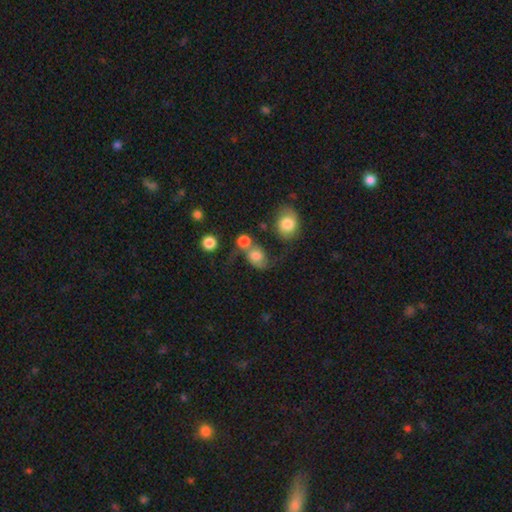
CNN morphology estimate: Smooth or featured? Predicted: smooth (p=0.57). How rounded? Predicted: round (p=0.50). Merging? Predicted: none (p=0.33).